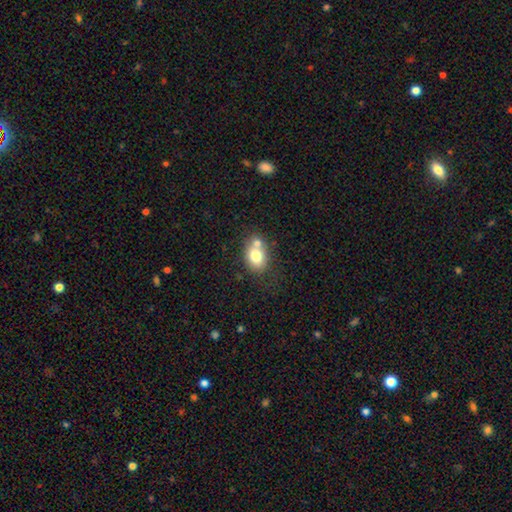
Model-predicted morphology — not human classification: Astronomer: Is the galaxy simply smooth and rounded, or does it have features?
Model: smooth — 75%.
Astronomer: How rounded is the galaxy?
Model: in between — 63%.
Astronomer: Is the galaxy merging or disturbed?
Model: none — 48% (runner-up: merger, 35%).